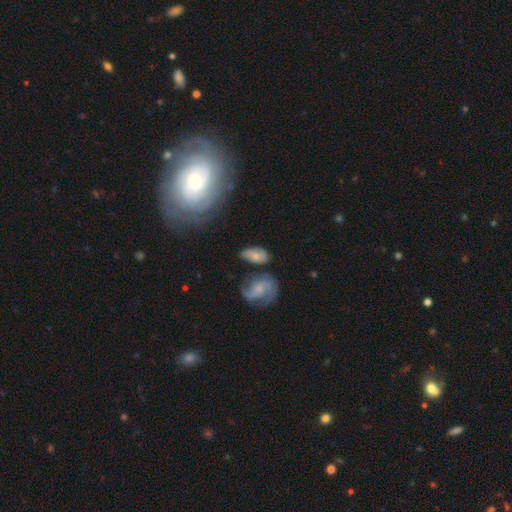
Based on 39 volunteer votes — Smooth or featured? 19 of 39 (49%) said featured or disk. Edge-on disk? 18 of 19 (95%) said no. Bar? 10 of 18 (56%) said no. Spiral arms? 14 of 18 (78%) said yes. Spiral winding? 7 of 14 (50%) said loose. Spiral arm count? 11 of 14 (79%) said 2. Bulge size? 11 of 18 (61%) said small. Merging? 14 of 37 (38%) said none.